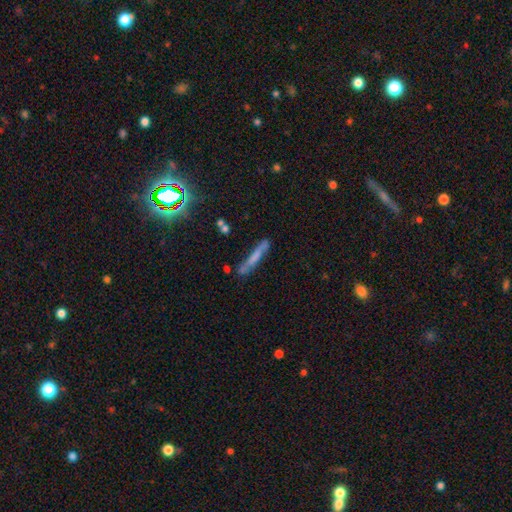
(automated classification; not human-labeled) Morphology: type=smooth (57%); roundness=cigar-shaped (93%); merging=none (66%).